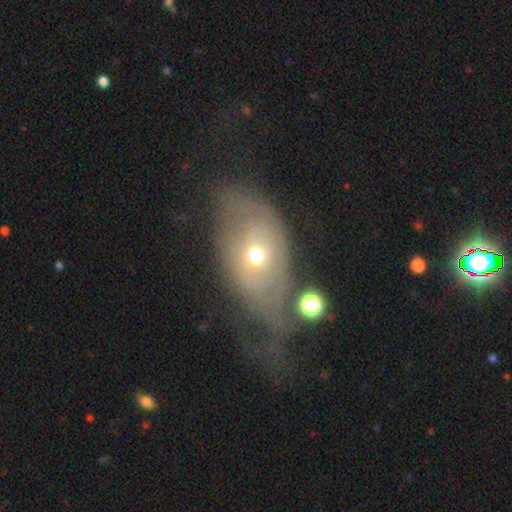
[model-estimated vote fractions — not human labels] Smooth or featured? featured or disk (59%)
Edge-on disk? no (89%)
Bar? no (82%)
Spiral arms? no (55%)
Bulge size? moderate (52%)
Merging? none (39%)